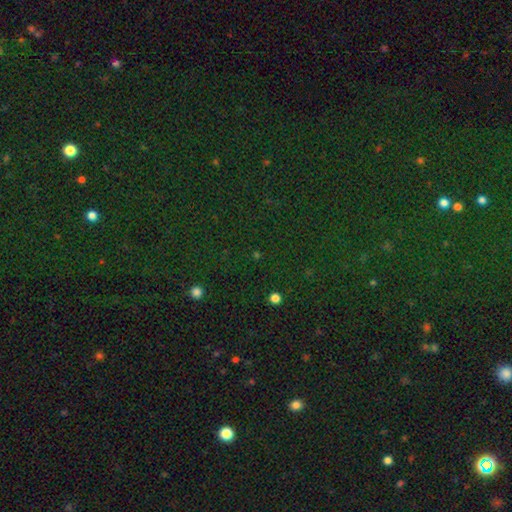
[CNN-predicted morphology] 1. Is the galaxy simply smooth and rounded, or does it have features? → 79% star or artifact, 13% smooth, 8% featured or disk.